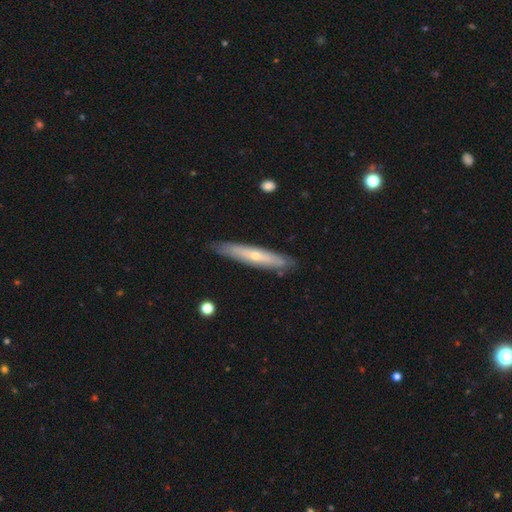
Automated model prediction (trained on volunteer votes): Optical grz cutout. It shows a featured or disk galaxy (57%) viewed edge-on (75%). Merging: none (86%).